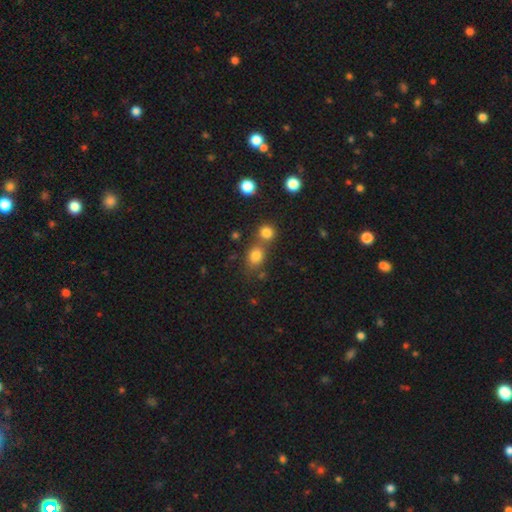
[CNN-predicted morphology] A smooth galaxy with no disk features (79%) that is round (57%).

Vote fractions:
- Smooth or featured? smooth: 79% / star or artifact: 14% / featured or disk: 7%
- How rounded? round: 57% / in between: 42% / cigar-shaped: 1%
- Merging? none: 53% / merger: 33% / minor disturbance: 10% / major disturbance: 4%